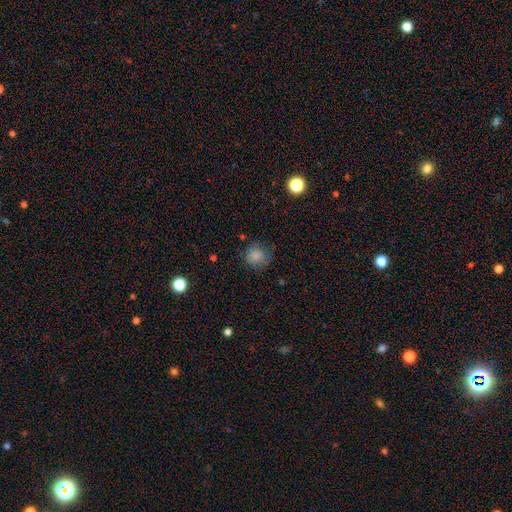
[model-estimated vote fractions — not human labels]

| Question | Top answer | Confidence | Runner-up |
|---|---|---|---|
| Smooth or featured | smooth | 83% | star or artifact (10%) |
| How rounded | round | 88% | in between (11%) |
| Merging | none | 74% | minor disturbance (19%) |